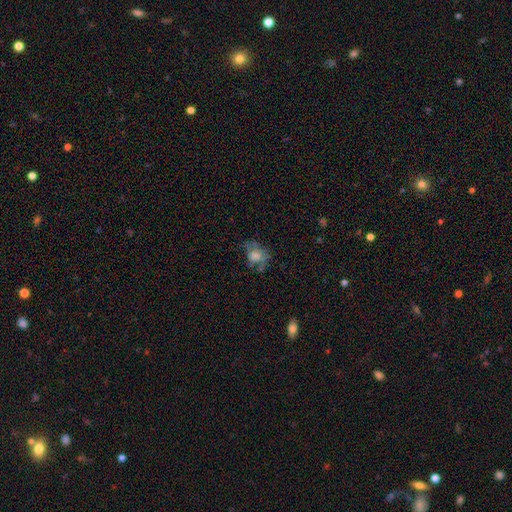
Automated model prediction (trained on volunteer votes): smooth 56%, featured or disk 31%, star or artifact 12%. Down the decision tree: how rounded — round (52%); merging — none (39%).